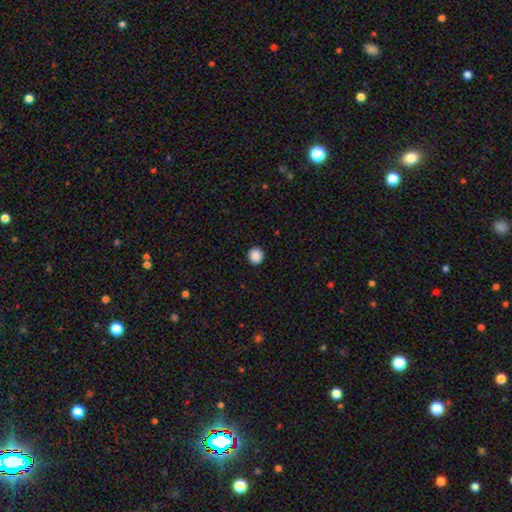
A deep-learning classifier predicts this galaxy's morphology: Q: Smooth or featured?
A: smooth (89%); runner-up: star or artifact (9%)
Q: How rounded?
A: round (89%); runner-up: in between (11%)
Q: Merging?
A: none (92%); runner-up: minor disturbance (5%)